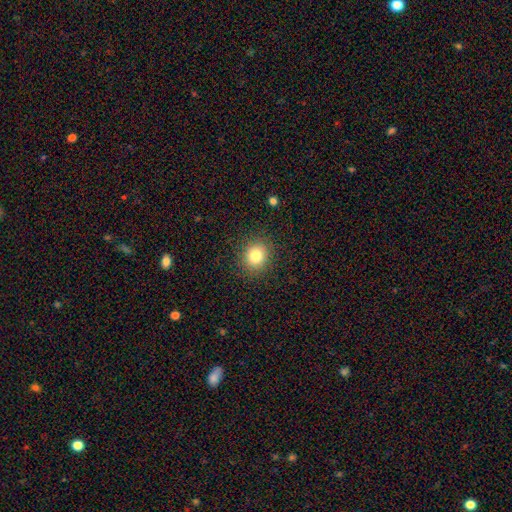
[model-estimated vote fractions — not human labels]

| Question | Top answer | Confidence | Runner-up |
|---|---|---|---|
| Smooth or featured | smooth | 81% | star or artifact (11%) |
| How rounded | round | 73% | in between (26%) |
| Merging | none | 89% | minor disturbance (7%) |